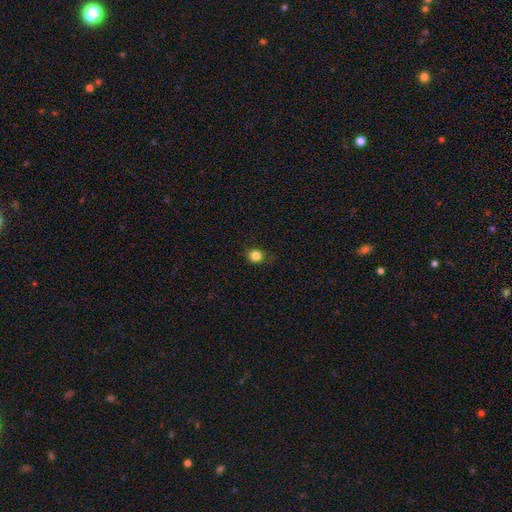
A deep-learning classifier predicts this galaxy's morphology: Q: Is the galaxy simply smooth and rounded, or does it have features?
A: smooth — 84%.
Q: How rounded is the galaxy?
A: round — 82%.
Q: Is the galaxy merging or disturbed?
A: none — 82%.